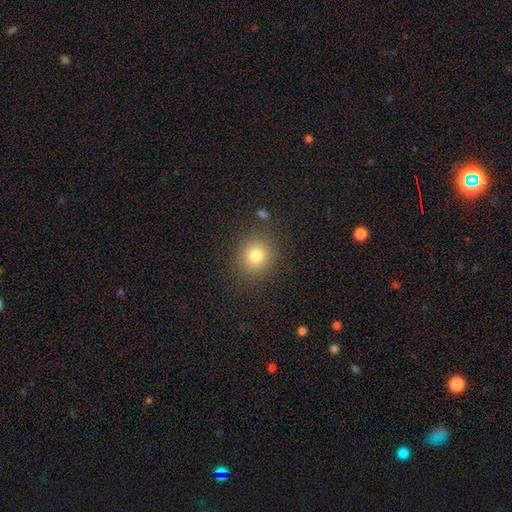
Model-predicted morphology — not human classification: smooth_or_featured: smooth (p=0.79) [alt: star or artifact p=0.13]
how_rounded: round (p=0.86) [alt: in between p=0.13]
merging: none (p=0.86) [alt: minor disturbance p=0.09]